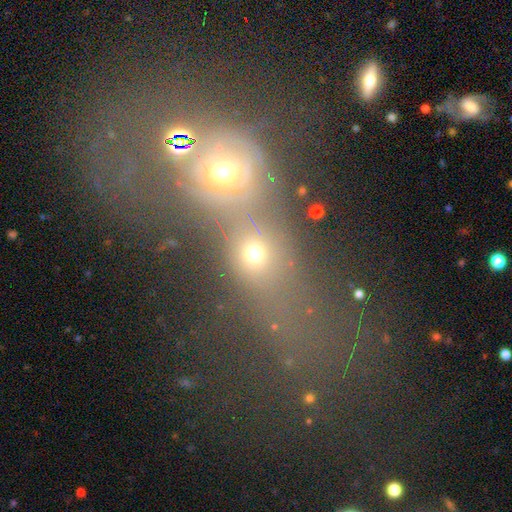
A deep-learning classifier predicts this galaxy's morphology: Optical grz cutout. It shows a smooth galaxy with no disk features (56%) that is round (62%). Merging: merger (67%).